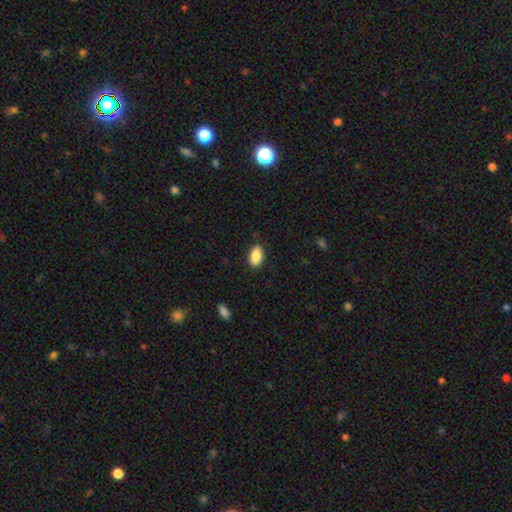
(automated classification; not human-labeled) smooth-or-featured: smooth: 87% | star or artifact: 7% | featured or disk: 6%
  how-rounded: in between: 92% | round: 4% | cigar-shaped: 4%
  merging: none: 86% | minor disturbance: 11% | major disturbance: 2% | merger: 1%